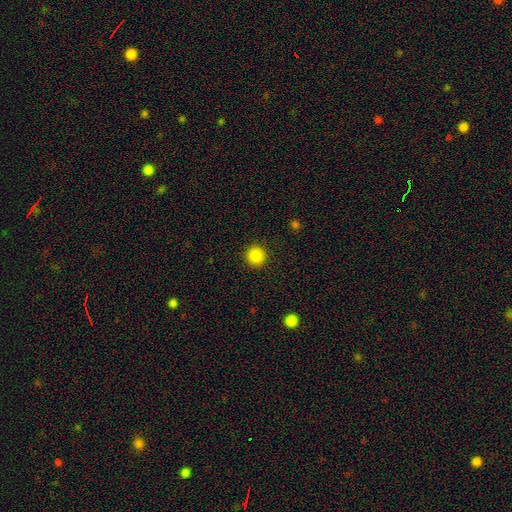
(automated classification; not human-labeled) Morphology: type=smooth (87%); roundness=round (92%); merging=none (92%).